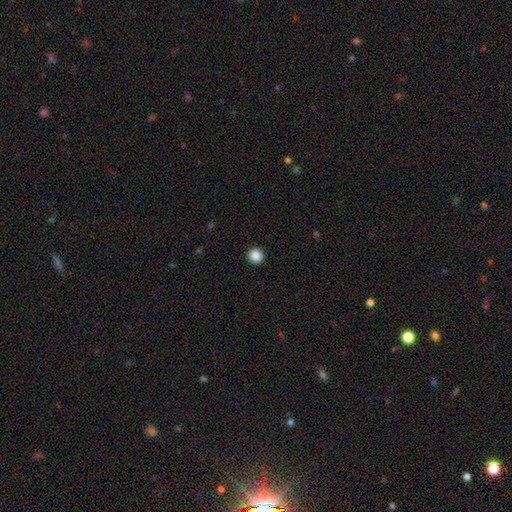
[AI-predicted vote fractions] The model was most divided on "smooth or featured": smooth: 86%, star or artifact: 10%, featured or disk: 4%. More confident: how rounded — round (95%); merging — none (94%).